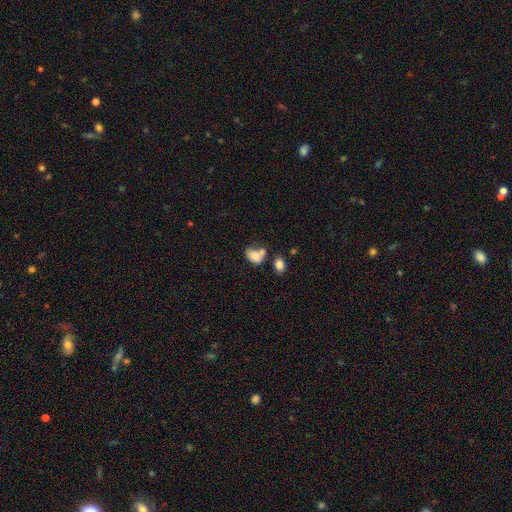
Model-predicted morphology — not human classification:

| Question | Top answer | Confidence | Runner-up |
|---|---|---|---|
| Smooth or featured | smooth | 79% | featured or disk (11%) |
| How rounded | in between | 80% | round (18%) |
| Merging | merger | 40% | none (30%) |